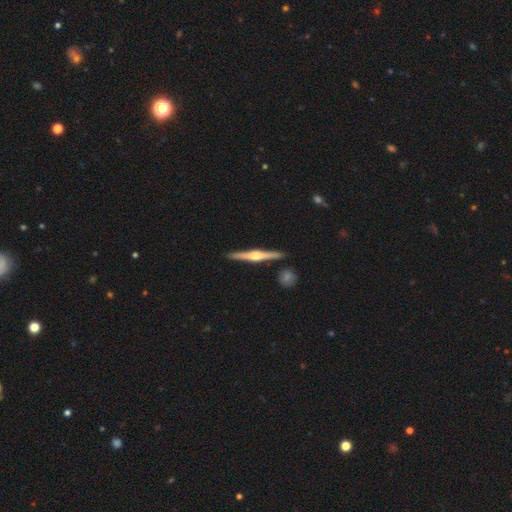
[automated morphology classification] This is likely a featured or disk galaxy (77%). It is clearly viewed edge-on (98%). Edge-on bulge: clearly rounded (90%). Merging: clearly none (90%).